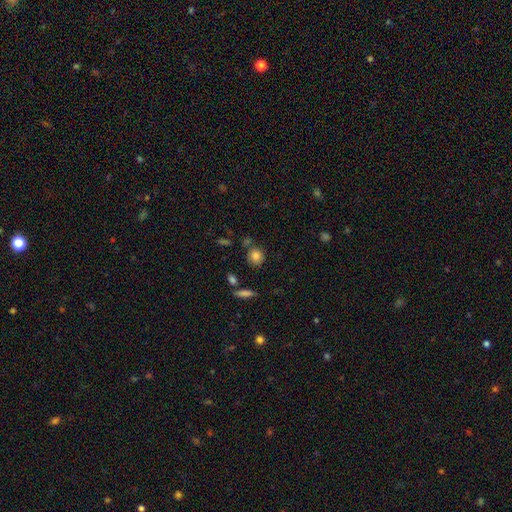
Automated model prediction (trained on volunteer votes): A smooth galaxy with no disk features (83%) that is round (78%).

Vote fractions:
- Smooth or featured? smooth: 83% / star or artifact: 10% / featured or disk: 8%
- How rounded? round: 78% / in between: 20% / cigar-shaped: 2%
- Merging? none: 74% / minor disturbance: 12% / merger: 10% / major disturbance: 4%